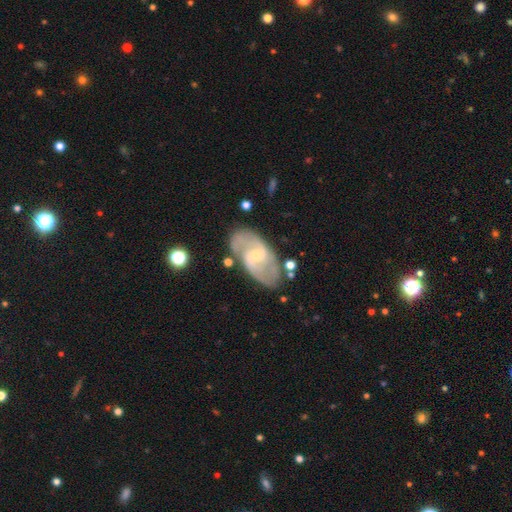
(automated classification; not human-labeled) A featured or disk galaxy (84%) with a weak bar (53%), 2 (80%) medium (49%) spiral arms (93%) and a small central bulge (65%).

Vote fractions:
- Smooth or featured? featured or disk: 84% / smooth: 11% / star or artifact: 6%
- Edge-on disk? no: 95% / yes: 5%
- Bar? weak: 53% / no: 29% / strong: 18%
- Spiral arms? yes: 93% / no: 7%
- Spiral winding? medium: 49% / tight: 27% / loose: 24%
- Spiral arm count? 2: 80% / can't tell: 10% / 3: 4% / 1: 2% / 4: 2% / more than 4: 2%
- Bulge size? small: 65% / moderate: 32% / none: 1% / large: 1% / dominant: 1%
- Merging? none: 74% / minor disturbance: 16% / major disturbance: 5% / merger: 4%